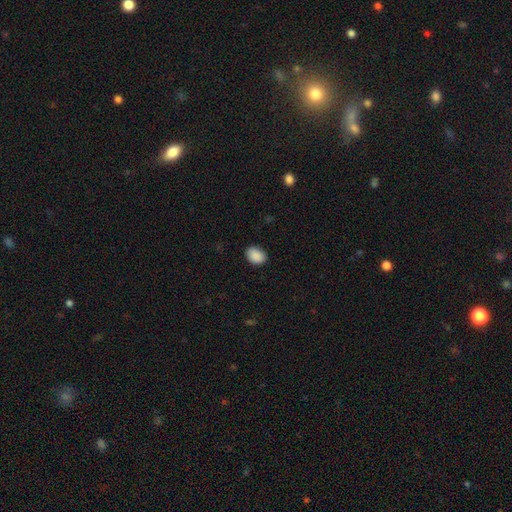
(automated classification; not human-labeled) Morphology: type=smooth (90%); roundness=in between (71%); merging=none (86%).